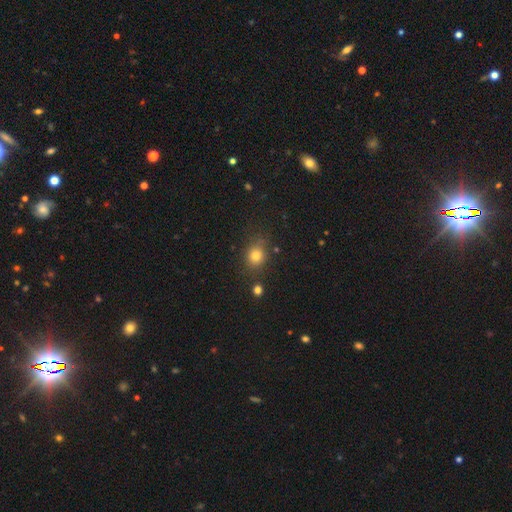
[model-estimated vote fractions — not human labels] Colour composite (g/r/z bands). It shows a smooth galaxy with no disk features (80%) that is round (71%). Merging: none (76%).